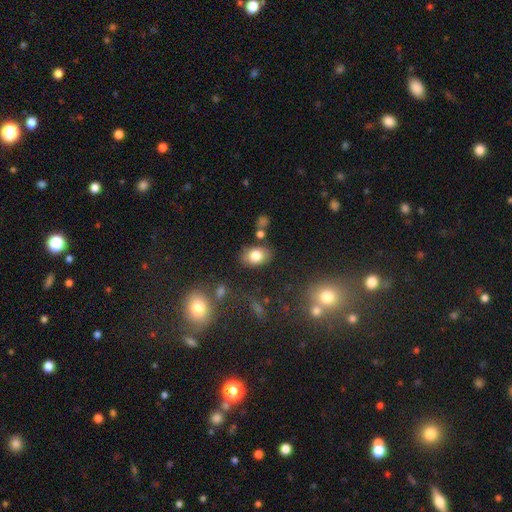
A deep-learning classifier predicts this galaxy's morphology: A smooth galaxy with no disk features (79%) that is in between round and cigar-shaped (81%). Merging: none (78%).